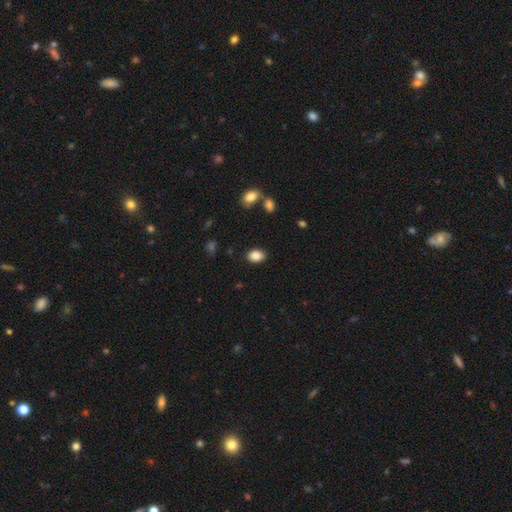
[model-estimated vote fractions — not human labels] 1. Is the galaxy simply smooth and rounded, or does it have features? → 88% smooth, 8% star or artifact, 4% featured or disk.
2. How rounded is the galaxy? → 76% in between, 23% round, 1% cigar-shaped.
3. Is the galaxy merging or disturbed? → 87% none, 9% minor disturbance, 3% major disturbance, 2% merger.